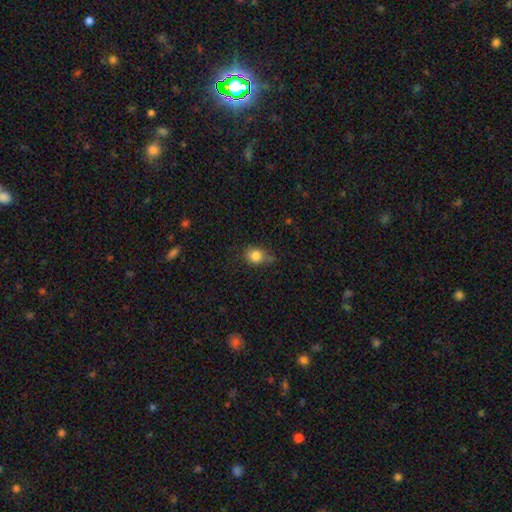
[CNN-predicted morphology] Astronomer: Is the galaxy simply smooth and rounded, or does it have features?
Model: smooth — 84%.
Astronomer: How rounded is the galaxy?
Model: round — 69%.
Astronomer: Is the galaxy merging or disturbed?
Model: none — 64%.